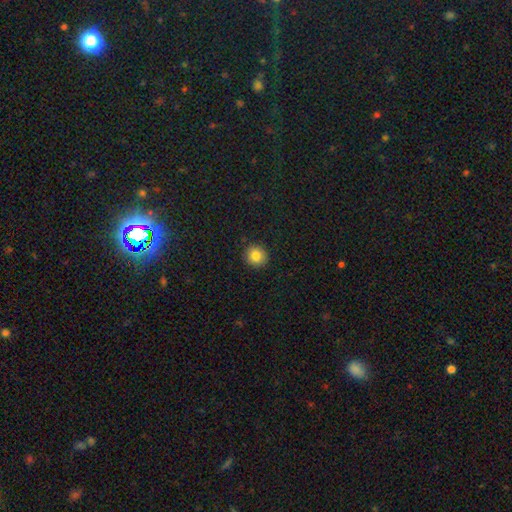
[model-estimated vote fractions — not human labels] Q: Smooth or featured?
A: smooth (83%); runner-up: star or artifact (10%)
Q: How rounded?
A: round (90%); runner-up: in between (9%)
Q: Merging?
A: none (91%); runner-up: minor disturbance (6%)